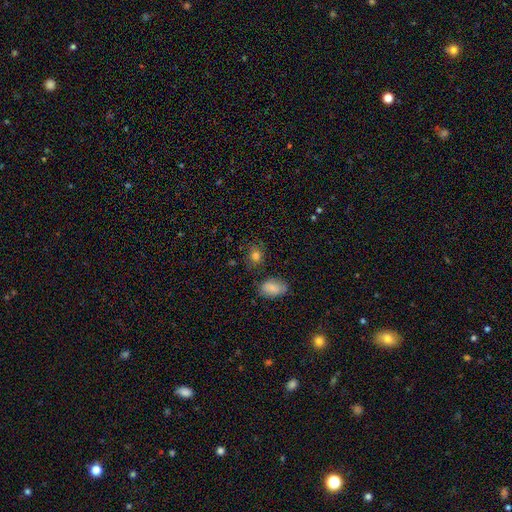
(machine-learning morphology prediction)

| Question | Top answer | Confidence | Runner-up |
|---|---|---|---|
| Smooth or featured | smooth | 79% | star or artifact (13%) |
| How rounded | round | 56% | in between (43%) |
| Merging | none | 76% | minor disturbance (16%) |